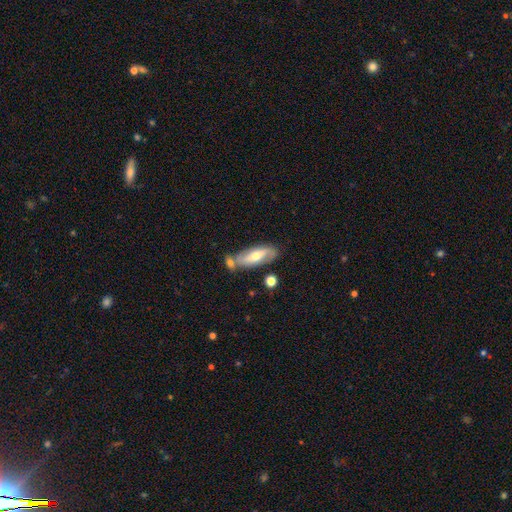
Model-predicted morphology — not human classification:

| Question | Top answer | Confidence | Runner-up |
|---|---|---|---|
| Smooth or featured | featured or disk | 54% | smooth (39%) |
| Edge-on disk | no | 76% | yes (24%) |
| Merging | none | 63% | merger (17%) |